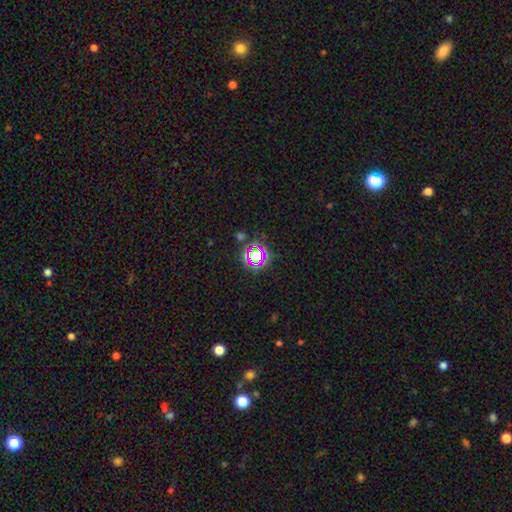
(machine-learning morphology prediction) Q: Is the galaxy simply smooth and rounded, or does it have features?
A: star or artifact — 61%.